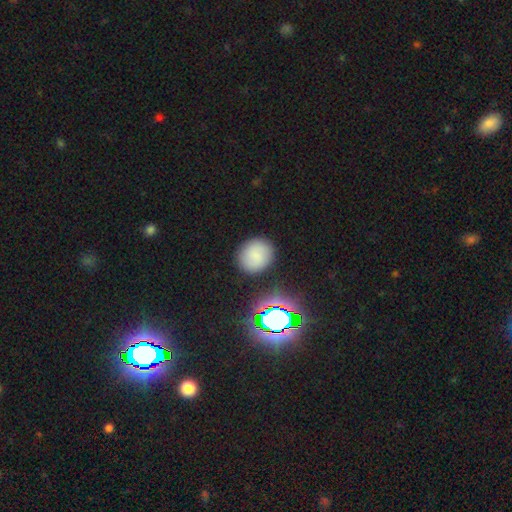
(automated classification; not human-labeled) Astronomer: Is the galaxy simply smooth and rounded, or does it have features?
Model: smooth — 78%.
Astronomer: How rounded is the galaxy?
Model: round — 81%.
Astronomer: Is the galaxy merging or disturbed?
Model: none — 86%.